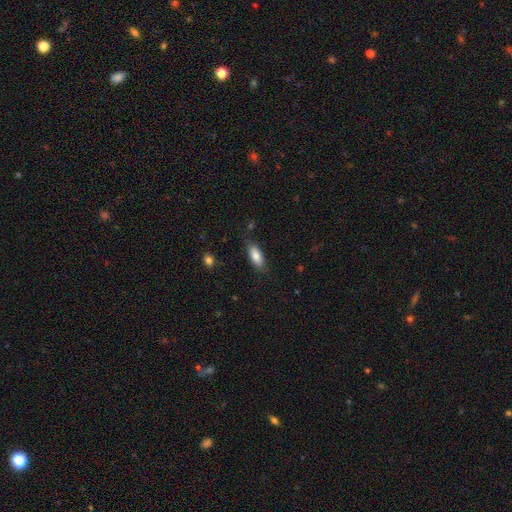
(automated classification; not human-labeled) smooth-or-featured: smooth: 82% | featured or disk: 11% | star or artifact: 7%
  how-rounded: in between: 78% | cigar-shaped: 20% | round: 2%
  merging: none: 80% | minor disturbance: 15% | major disturbance: 3% | merger: 2%